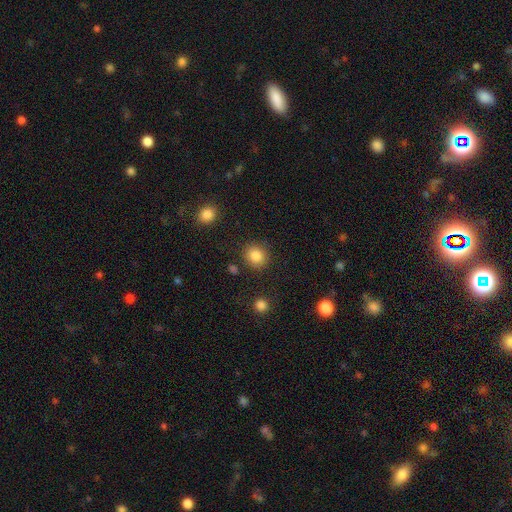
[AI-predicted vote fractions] Smooth or featured?
  - smooth: 86% *
  - star or artifact: 10%
  - featured or disk: 4%
How rounded?
  - round: 84% *
  - in between: 15%
  - cigar-shaped: 1%
Merging?
  - none: 85% *
  - minor disturbance: 9%
  - major disturbance: 3%
  - merger: 3%